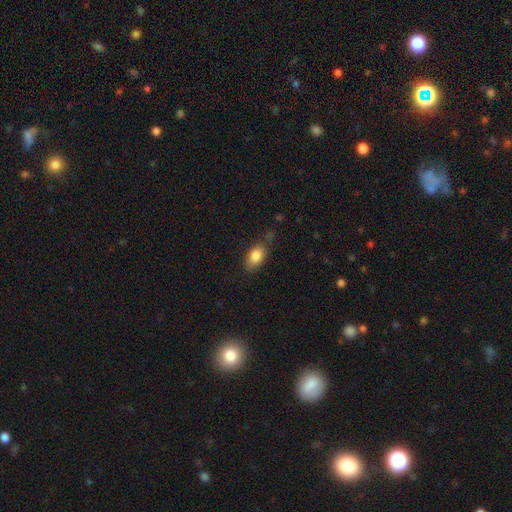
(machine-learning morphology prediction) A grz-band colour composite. It shows a smooth galaxy with no disk features (84%) that is in between round and cigar-shaped (86%). Merging: none (73%).